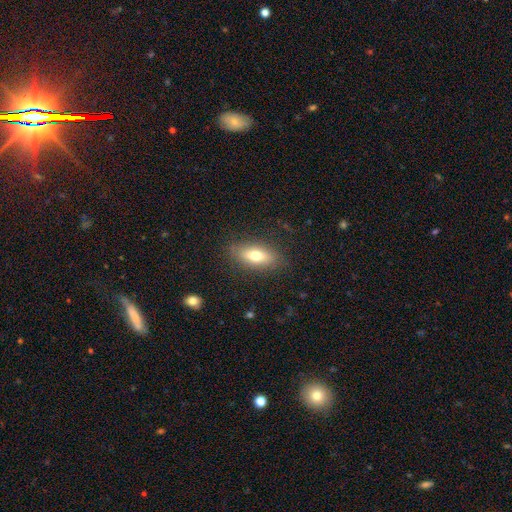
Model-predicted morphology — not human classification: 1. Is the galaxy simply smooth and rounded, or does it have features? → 72% smooth, 20% featured or disk, 8% star or artifact.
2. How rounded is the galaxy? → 78% in between, 18% cigar-shaped, 4% round.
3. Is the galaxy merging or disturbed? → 85% none, 11% minor disturbance, 3% major disturbance, 1% merger.